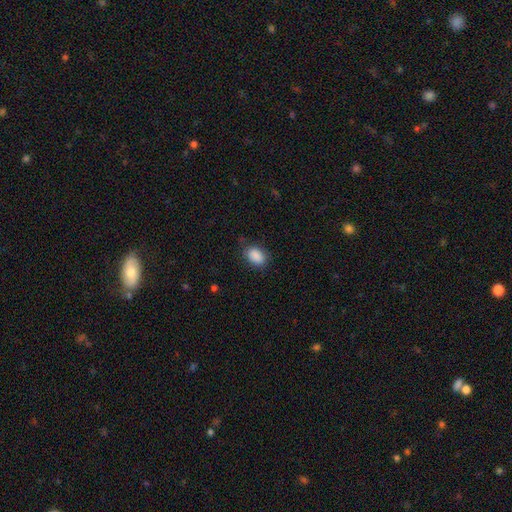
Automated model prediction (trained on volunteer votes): A smooth galaxy with no disk features (89%) that is in between round and cigar-shaped (83%). Merging: none (76%).